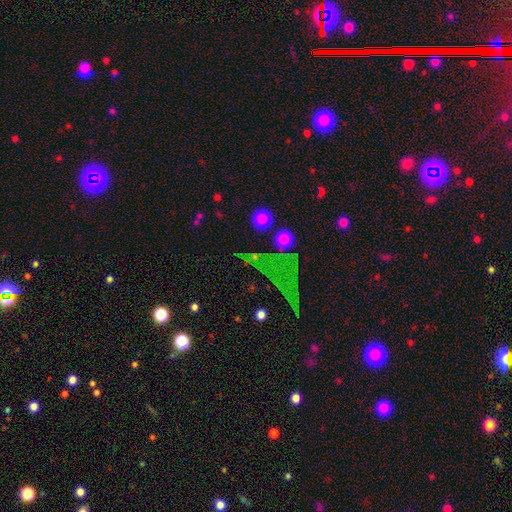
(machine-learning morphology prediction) Smooth or featured: star or artifact — 67% (smooth — 21%)